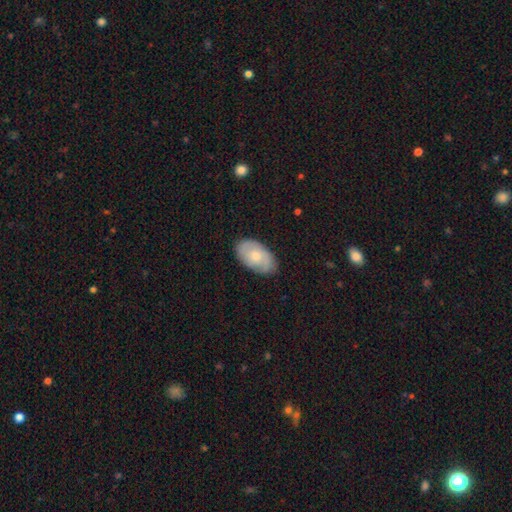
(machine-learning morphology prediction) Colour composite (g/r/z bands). It shows a smooth galaxy with no disk features (49%). Merging: none (79%).